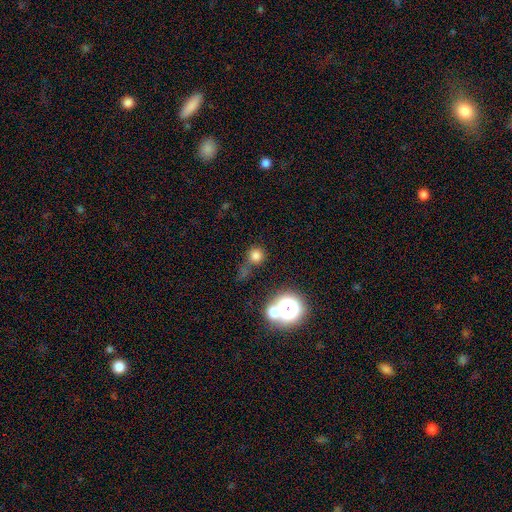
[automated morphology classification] Smooth or featured? Predicted: smooth (p=0.72). How rounded? Predicted: round (p=0.92). Merging? Predicted: none (p=0.65).